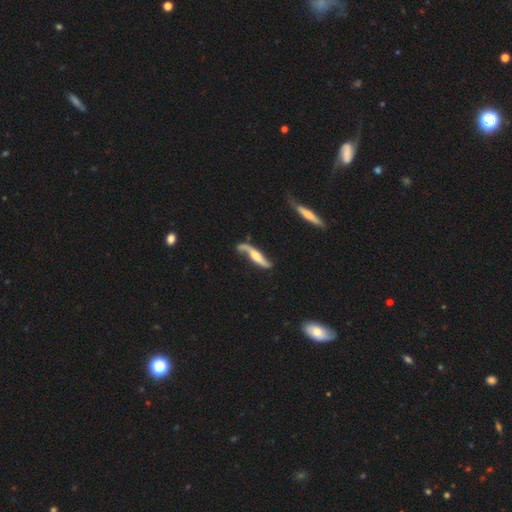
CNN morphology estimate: Smooth or featured: featured or disk — 78% (smooth — 16%)
Edge-on disk: no — 68% (yes — 32%)
Bar: no — 48% (weak — 31%)
Spiral arms: yes — 93% (no — 7%)
Bulge size: moderate — 47% (small — 22%)
Merging: none — 66% (minor disturbance — 20%)